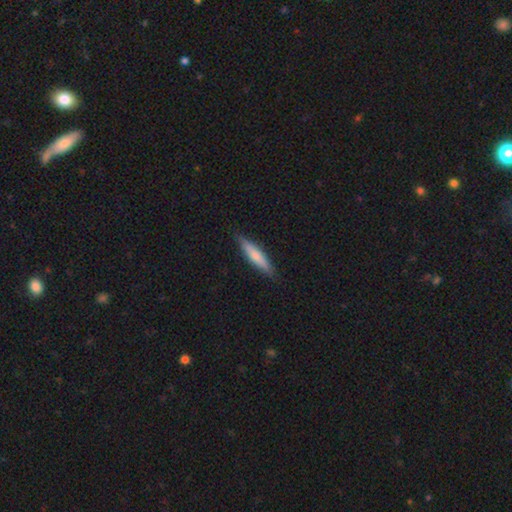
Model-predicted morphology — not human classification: Smooth or featured? smooth (68%)
How rounded? cigar-shaped (83%)
Merging? none (87%)